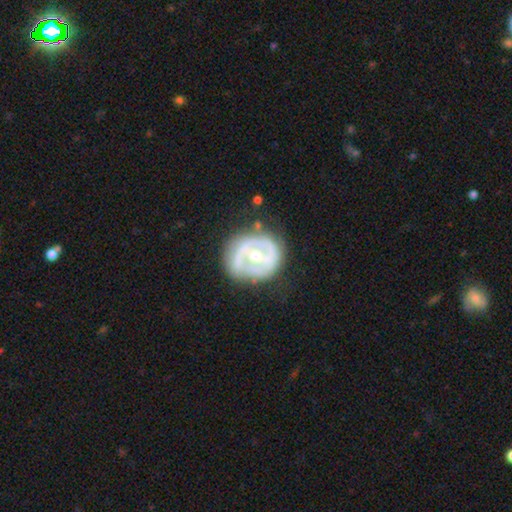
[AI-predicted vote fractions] Smooth or featured: featured or disk — 75% (smooth — 20%)
Edge-on disk: no — 96% (yes — 4%)
Bar: weak — 35% (strong — 33%)
Spiral arms: no — 56% (yes — 44%)
Bulge size: moderate — 67% (small — 28%)
Merging: none — 64% (minor disturbance — 22%)